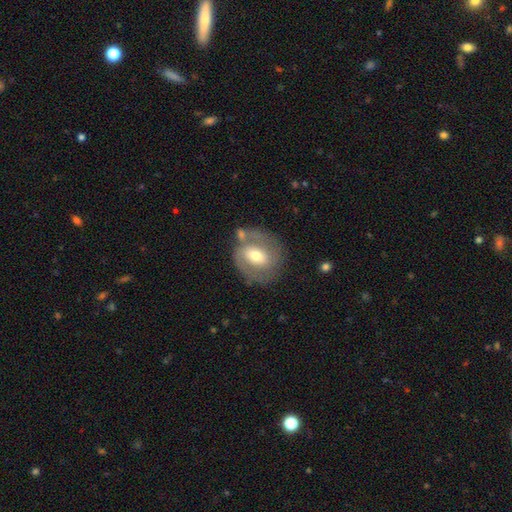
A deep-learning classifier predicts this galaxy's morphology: A featured or disk galaxy (61%) with a weak bar (45%), spiral arms (71%) and a moderate central bulge (68%).

Vote fractions:
- Smooth or featured? featured or disk: 61% / smooth: 33% / star or artifact: 6%
- Edge-on disk? no: 96% / yes: 4%
- Bar? weak: 45% / no: 33% / strong: 22%
- Spiral arms? yes: 71% / no: 29%
- Bulge size? moderate: 68% / small: 18% / large: 11% / dominant: 1% / none: 1%
- Merging? none: 61% / minor disturbance: 19% / major disturbance: 10% / merger: 10%